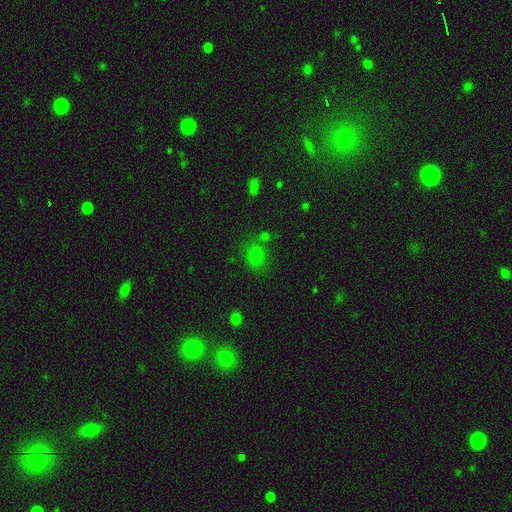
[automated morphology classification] This appears to be a smooth galaxy with no disk features (72%) that is round (62%). Merging: none (67%).